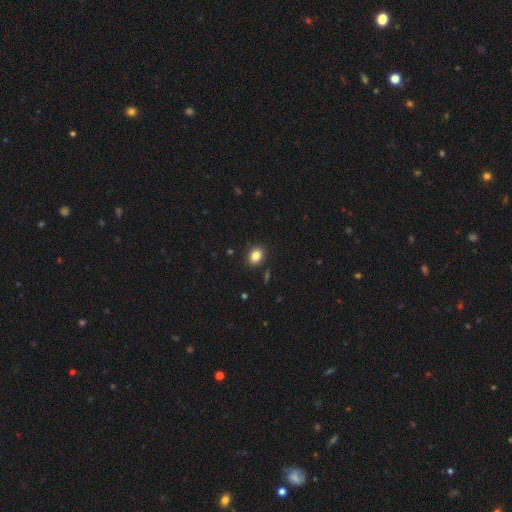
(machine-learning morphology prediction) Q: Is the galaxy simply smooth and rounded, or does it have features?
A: smooth — 85%.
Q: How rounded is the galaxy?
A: in between — 65%.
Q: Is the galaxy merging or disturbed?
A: none — 88%.